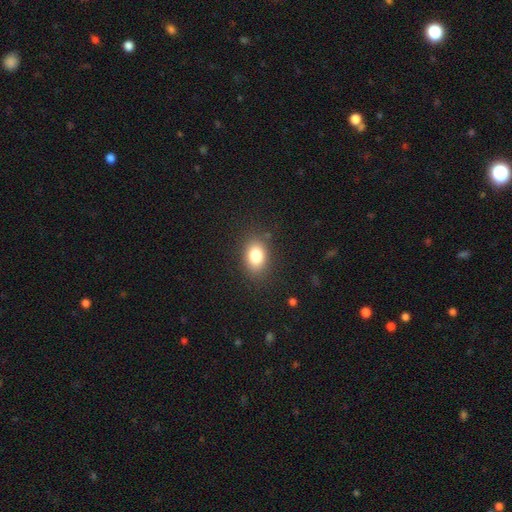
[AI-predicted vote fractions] A smooth galaxy with no disk features (81%) that is in between round and cigar-shaped (78%). Merging: none (85%).